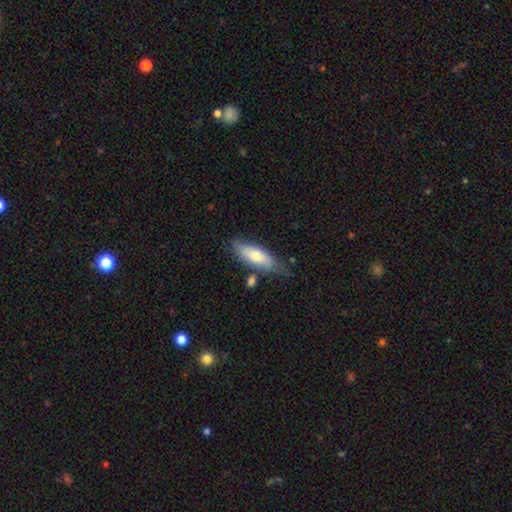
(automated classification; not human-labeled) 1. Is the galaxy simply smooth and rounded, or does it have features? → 68% smooth, 26% featured or disk, 6% star or artifact.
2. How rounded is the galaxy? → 58% in between, 40% cigar-shaped, 2% round.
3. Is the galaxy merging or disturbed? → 67% none, 22% minor disturbance, 7% merger, 5% major disturbance.